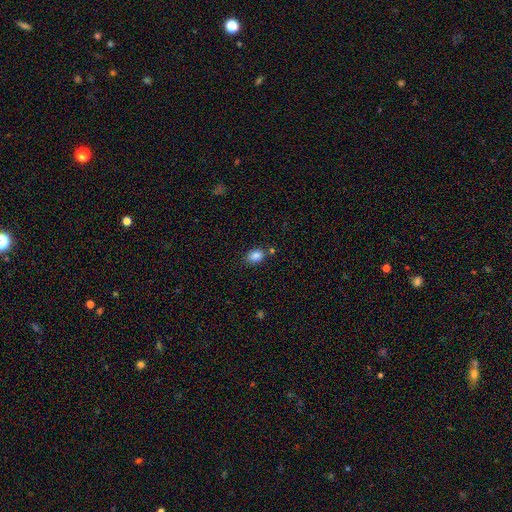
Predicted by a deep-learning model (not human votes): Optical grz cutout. It shows a smooth galaxy with no disk features (86%) that is in between round and cigar-shaped (67%). Merging: none (75%).